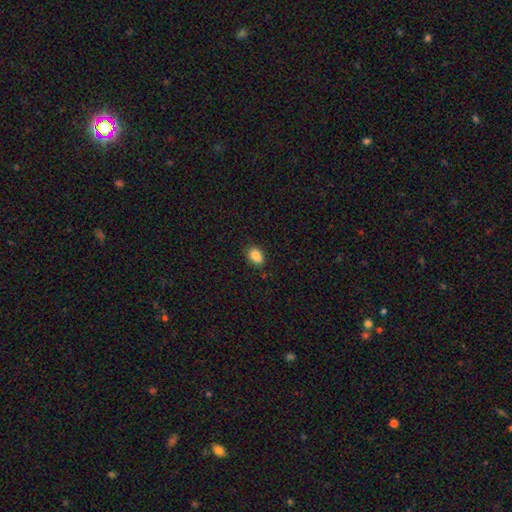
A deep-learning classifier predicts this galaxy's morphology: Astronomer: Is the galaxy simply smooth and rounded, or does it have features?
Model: smooth — 84%.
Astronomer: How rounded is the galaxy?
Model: in between — 80%.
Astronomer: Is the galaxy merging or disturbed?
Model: none — 73%.